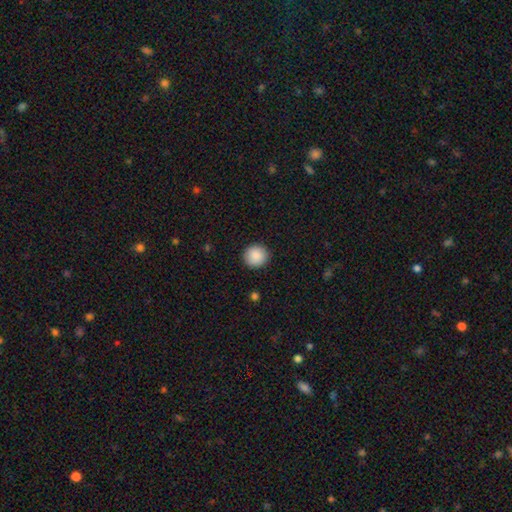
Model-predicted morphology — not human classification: Smooth or featured?
  - smooth: 89% *
  - star or artifact: 8%
  - featured or disk: 3%
How rounded?
  - round: 94% *
  - in between: 5%
  - cigar-shaped: 1%
Merging?
  - none: 92% *
  - minor disturbance: 6%
  - major disturbance: 2%
  - merger: 1%